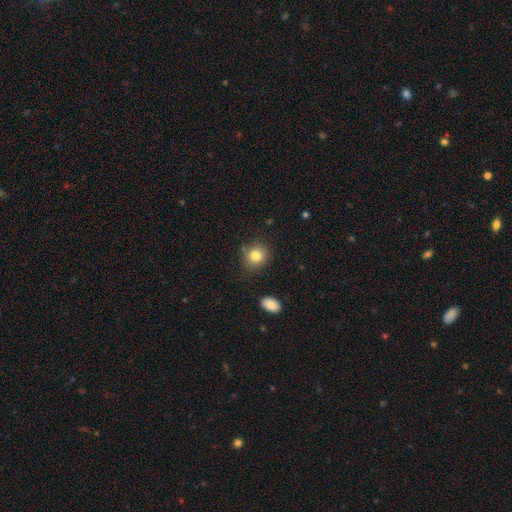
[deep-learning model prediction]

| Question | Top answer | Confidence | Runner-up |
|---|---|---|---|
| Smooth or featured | smooth | 81% | star or artifact (11%) |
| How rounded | round | 81% | in between (18%) |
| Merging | none | 81% | minor disturbance (12%) |